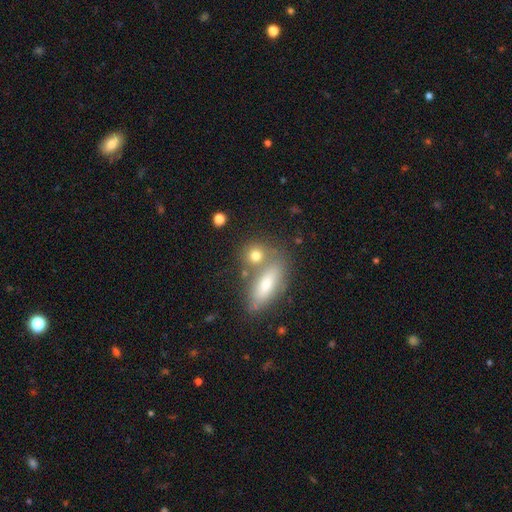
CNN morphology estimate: A smooth galaxy with no disk features (76%) that is round (61%). Merging: none (54%).